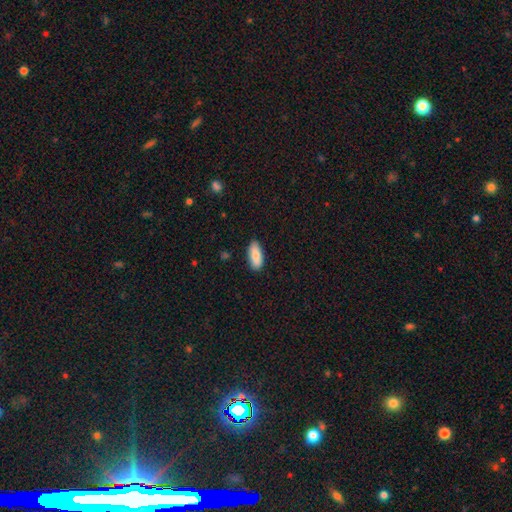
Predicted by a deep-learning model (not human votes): This appears to be a smooth galaxy with no disk features (84%) that is in between round and cigar-shaped (81%). Merging: none (87%).